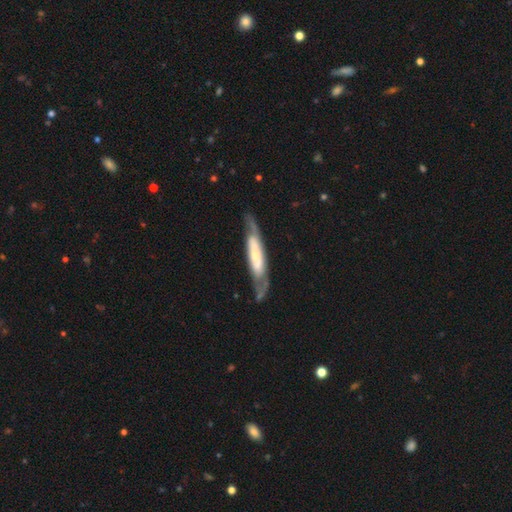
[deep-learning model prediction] Smooth or featured? featured or disk (66%)
Edge-on disk? no (54%)
Merging? none (69%)